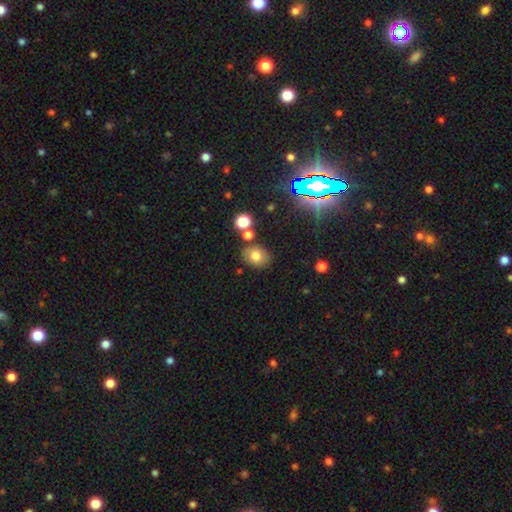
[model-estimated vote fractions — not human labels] Morphology: type=smooth (75%); roundness=in between (50%); merging=none (77%).